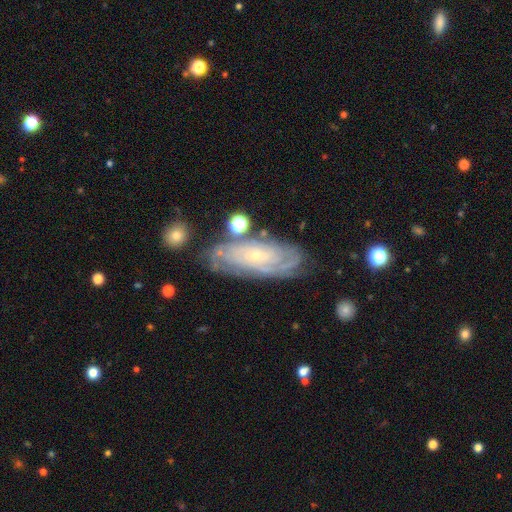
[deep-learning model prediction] A featured or disk galaxy (81%) with no bar (69%), tight (74%) spiral arms (93%) and a small central bulge (82%). Merging: none (73%).